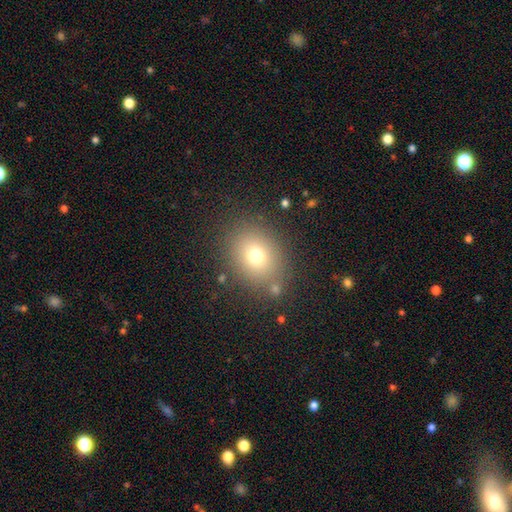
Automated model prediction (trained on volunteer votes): Smooth or featured? Predicted: smooth (p=0.72). How rounded? Predicted: round (p=0.55). Merging? Predicted: none (p=0.80).